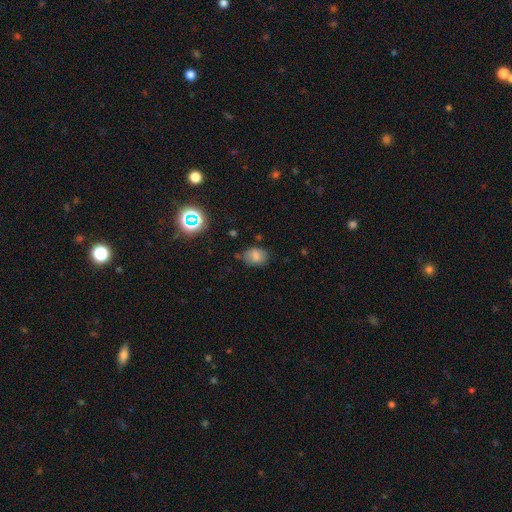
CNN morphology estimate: This appears to be a smooth galaxy with no disk features (73%) that is in between round and cigar-shaped (63%). Merging: none (59%).